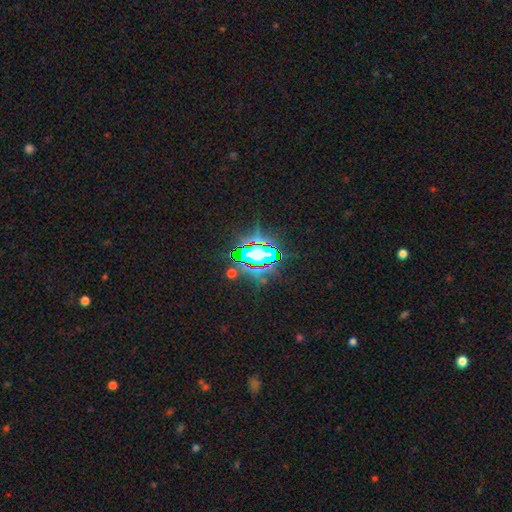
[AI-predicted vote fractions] This appears to be a star or artifact, not a galaxy (79%).